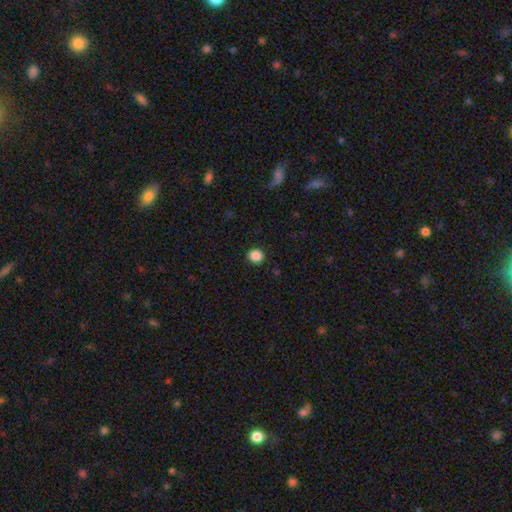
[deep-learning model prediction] smooth 87%, star or artifact 10%, featured or disk 3%. Down the decision tree: how rounded — round (91%); merging — none (93%).